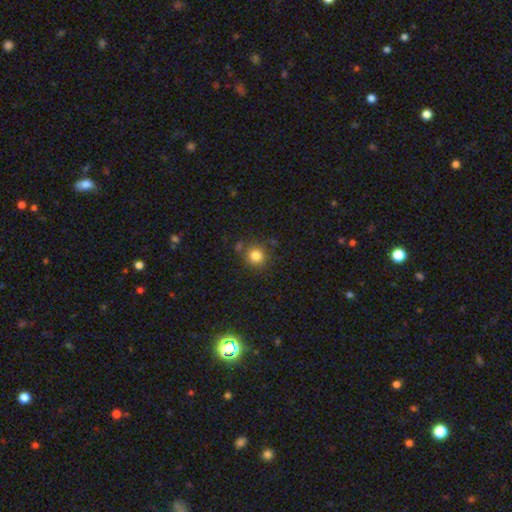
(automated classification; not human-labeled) Smooth or featured?
  - smooth: 82% *
  - star or artifact: 12%
  - featured or disk: 6%
How rounded?
  - round: 92% *
  - in between: 7%
  - cigar-shaped: 1%
Merging?
  - none: 79% *
  - minor disturbance: 11%
  - merger: 6%
  - major disturbance: 4%